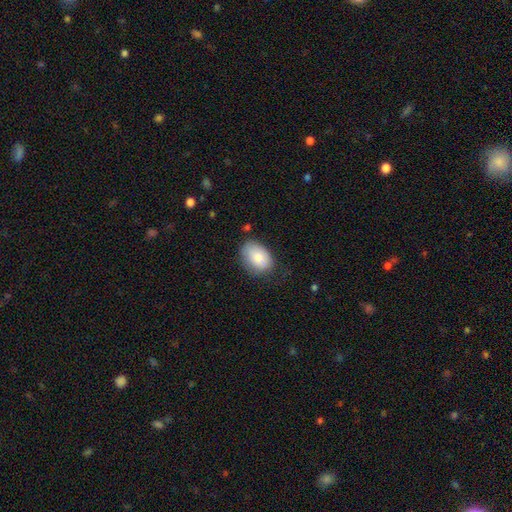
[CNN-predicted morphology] Smooth or featured?
  - smooth: 83% *
  - featured or disk: 11%
  - star or artifact: 7%
How rounded?
  - in between: 86% *
  - round: 13%
  - cigar-shaped: 1%
Merging?
  - none: 66% *
  - minor disturbance: 26%
  - major disturbance: 6%
  - merger: 2%